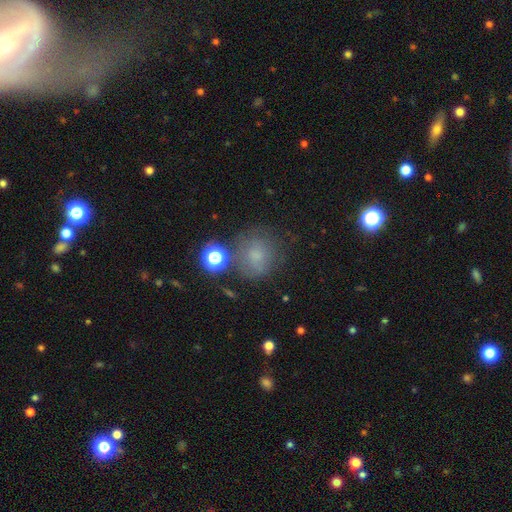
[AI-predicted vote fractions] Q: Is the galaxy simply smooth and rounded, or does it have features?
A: smooth — 65%.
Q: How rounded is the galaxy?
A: round — 85%.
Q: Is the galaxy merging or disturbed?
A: none — 63%.